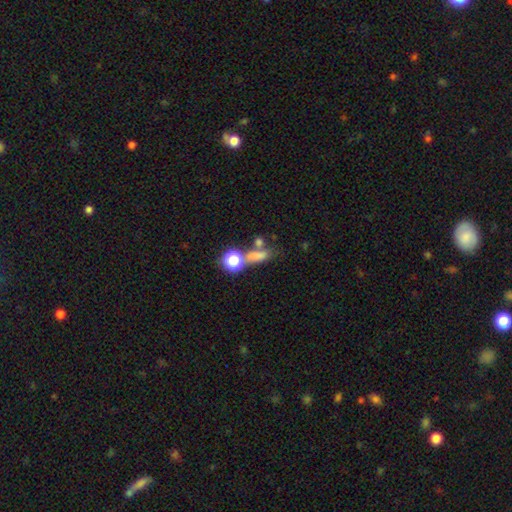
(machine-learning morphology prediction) Overall: smooth (68%). How rounded: in between (43%; round 30%). Merging: none (47%; merger 29%).